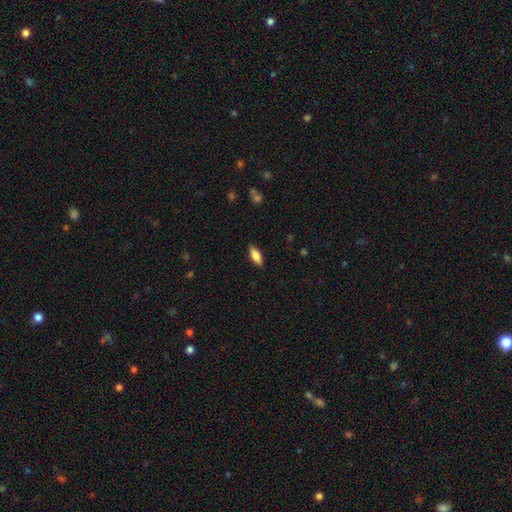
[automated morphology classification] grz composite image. It shows a smooth galaxy with no disk features (71%) that is in between round and cigar-shaped (67%). Merging: none (87%).